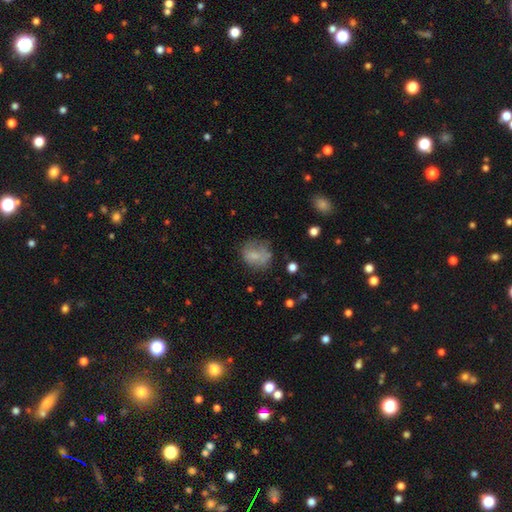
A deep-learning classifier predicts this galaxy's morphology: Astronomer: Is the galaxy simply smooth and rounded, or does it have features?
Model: smooth — 68%.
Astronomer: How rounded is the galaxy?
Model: round — 63%.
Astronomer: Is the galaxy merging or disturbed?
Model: none — 55%.